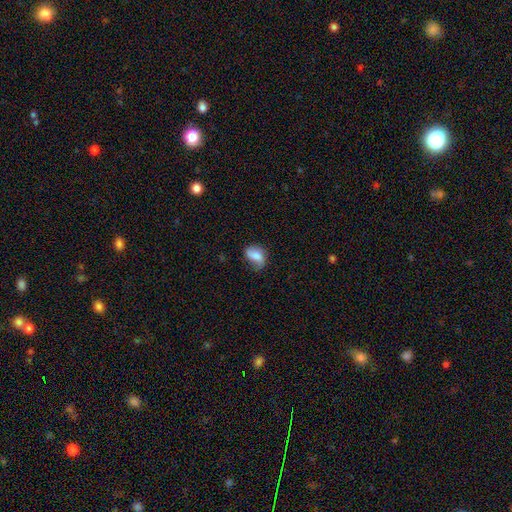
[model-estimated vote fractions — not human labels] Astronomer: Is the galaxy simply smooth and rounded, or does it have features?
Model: smooth — 67%.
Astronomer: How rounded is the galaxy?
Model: in between — 79%.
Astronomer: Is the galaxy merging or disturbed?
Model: none — 49% (runner-up: minor disturbance, 35%).